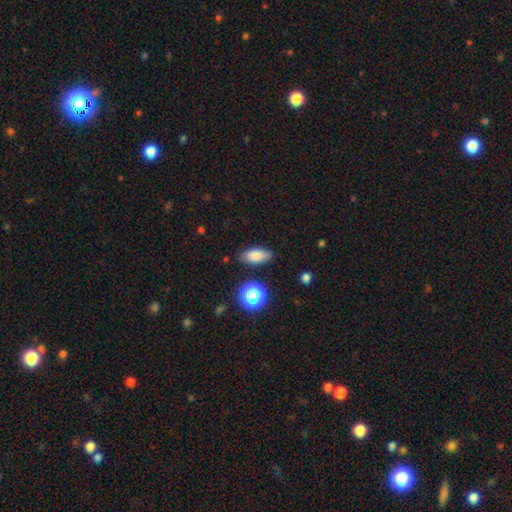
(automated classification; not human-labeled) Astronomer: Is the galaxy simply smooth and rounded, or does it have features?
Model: smooth — 81%.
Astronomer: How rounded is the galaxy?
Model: in between — 80%.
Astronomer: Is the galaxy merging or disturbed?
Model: none — 84%.